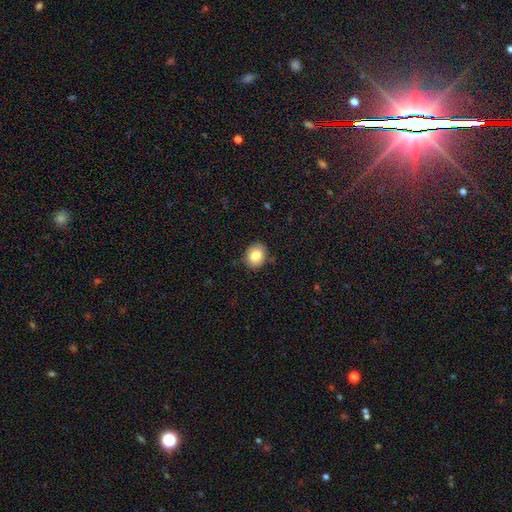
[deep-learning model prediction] smooth 82%, featured or disk 9%, star or artifact 8%. Down the decision tree: how rounded — round (54%); merging — none (84%).